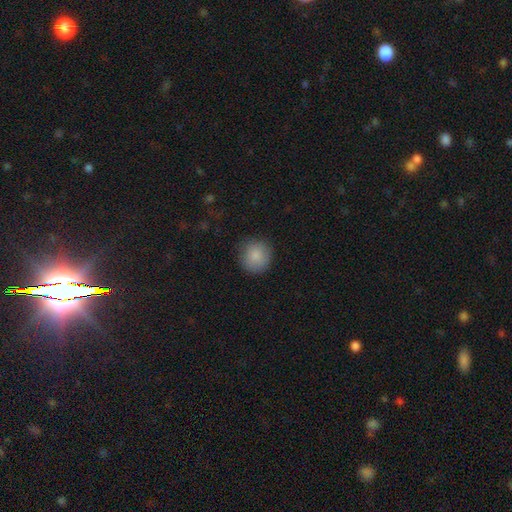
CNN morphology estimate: Smooth or featured: smooth — 88% (star or artifact — 7%)
How rounded: round — 92% (in between — 7%)
Merging: none — 85% (minor disturbance — 11%)